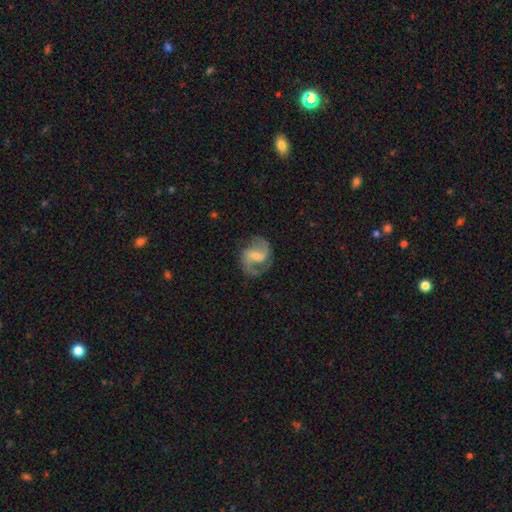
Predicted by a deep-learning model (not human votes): Smooth or featured?
  - featured or disk: 88% *
  - smooth: 7%
  - star or artifact: 5%
Edge-on disk?
  - no: 98% *
  - yes: 2%
Bar?
  - weak: 53% *
  - strong: 24%
  - no: 23%
Spiral arms?
  - yes: 97% *
  - no: 3%
Spiral winding?
  - medium: 58% *
  - loose: 28%
  - tight: 15%
Spiral arm count?
  - 2: 92% *
  - can't tell: 2%
  - 1: 2%
  - 3: 1%
  - 4: 1%
  - more than 4: 1%
Bulge size?
  - small: 43% *
  - moderate: 30%
  - none: 22%
  - large: 4%
  - dominant: 1%
Merging?
  - none: 76% *
  - minor disturbance: 15%
  - major disturbance: 8%
  - merger: 1%